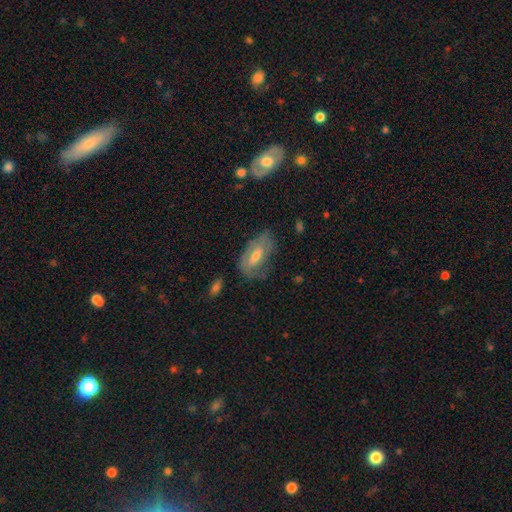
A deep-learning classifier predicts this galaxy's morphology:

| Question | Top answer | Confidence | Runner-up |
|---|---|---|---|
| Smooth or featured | featured or disk | 52% | smooth (41%) |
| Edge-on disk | no | 89% | yes (11%) |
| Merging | none | 60% | minor disturbance (27%) |